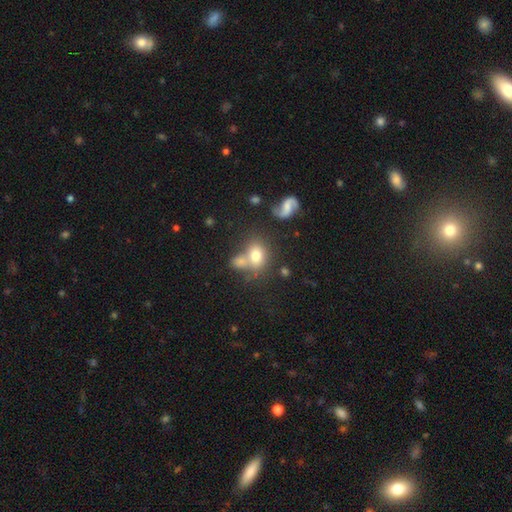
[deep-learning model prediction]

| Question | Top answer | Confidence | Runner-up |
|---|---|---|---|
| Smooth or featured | smooth | 72% | featured or disk (17%) |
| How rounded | in between | 58% | round (41%) |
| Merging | none | 47% | merger (33%) |